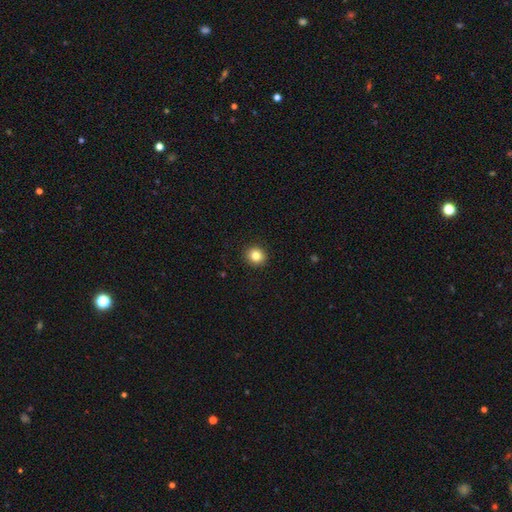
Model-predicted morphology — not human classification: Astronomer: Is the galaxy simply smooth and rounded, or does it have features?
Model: smooth — 83%.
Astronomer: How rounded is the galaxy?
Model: round — 88%.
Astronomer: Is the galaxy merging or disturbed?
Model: none — 93%.